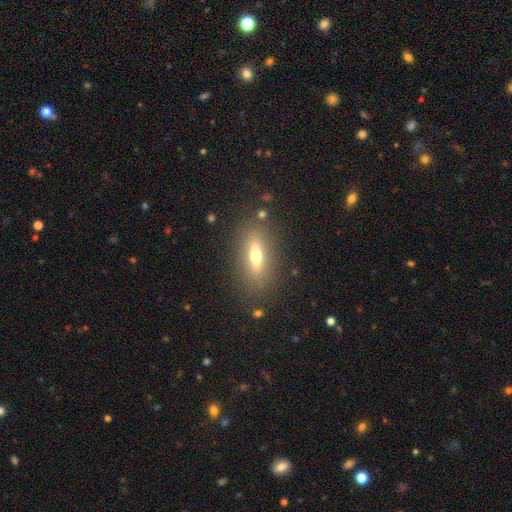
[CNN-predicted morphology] Smooth or featured? smooth (54%)
How rounded? in between (58%)
Merging? none (83%)